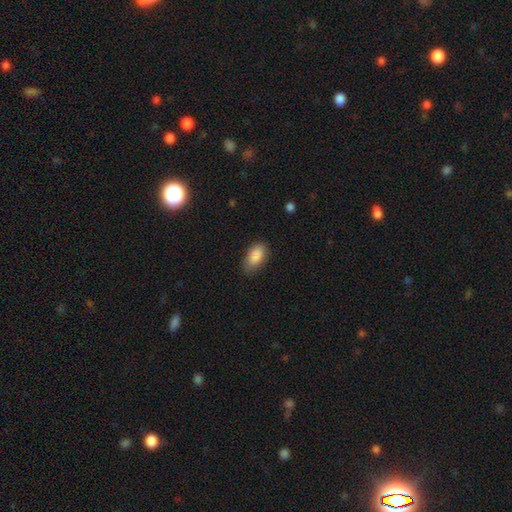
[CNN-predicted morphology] This appears to be a smooth galaxy with no disk features (88%) that is in between round and cigar-shaped (93%). Merging: none (74%).